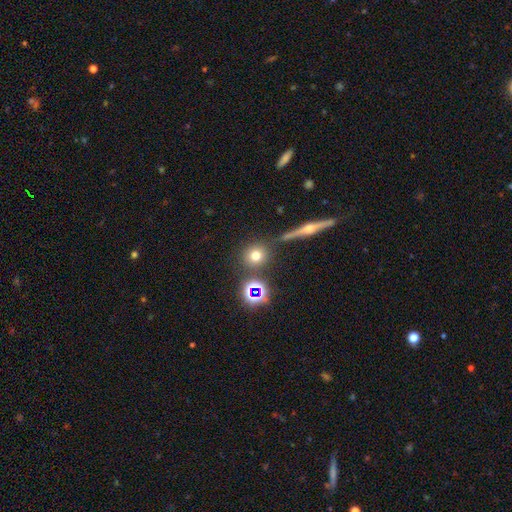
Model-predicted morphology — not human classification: Smooth or featured? Predicted: smooth (p=0.67). How rounded? Predicted: round (p=0.90). Merging? Predicted: none (p=0.82).